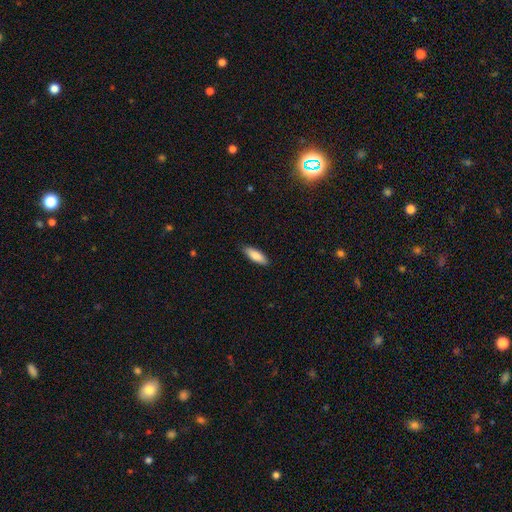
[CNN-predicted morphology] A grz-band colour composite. It shows a smooth galaxy with no disk features (84%) that is in between round and cigar-shaped (56%). Merging: none (88%).